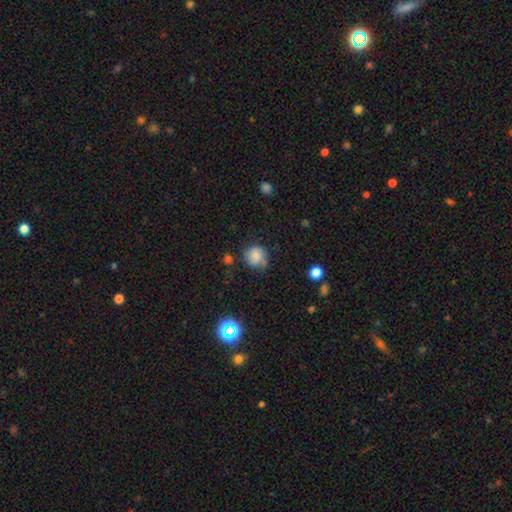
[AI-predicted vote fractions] Smooth or featured: smooth — 75% (featured or disk — 15%)
How rounded: round — 82% (in between — 17%)
Merging: none — 57% (minor disturbance — 28%)